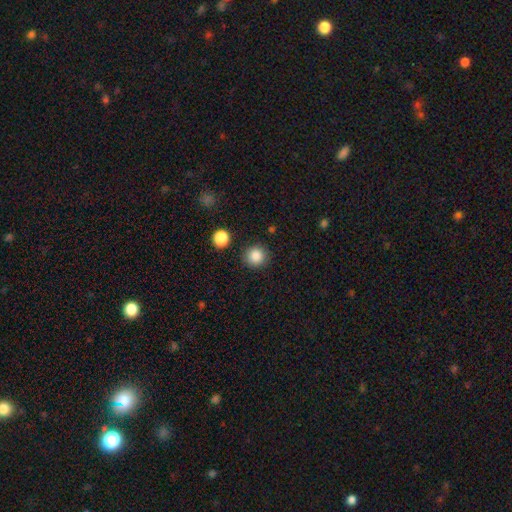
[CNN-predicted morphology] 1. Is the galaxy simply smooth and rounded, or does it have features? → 87% smooth, 10% star or artifact, 4% featured or disk.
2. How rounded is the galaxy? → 92% round, 7% in between, 1% cigar-shaped.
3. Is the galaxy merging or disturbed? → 88% none, 7% minor disturbance, 2% major disturbance, 2% merger.